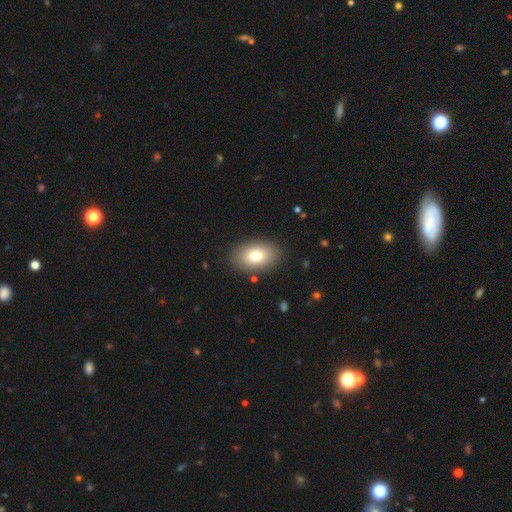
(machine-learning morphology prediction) The model was most divided on "smooth or featured": smooth: 76%, featured or disk: 15%, star or artifact: 9%. More confident: merging — none (88%); how rounded — in between (87%).